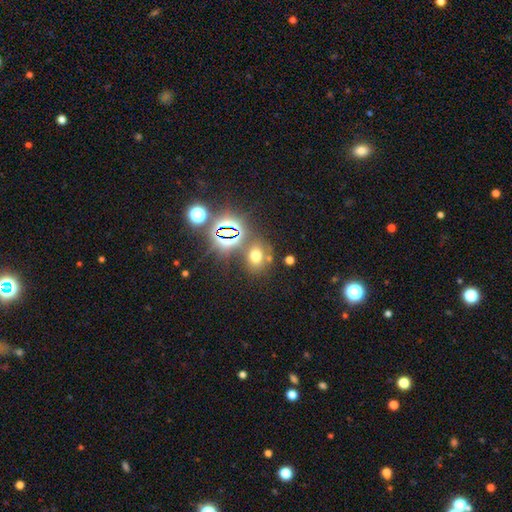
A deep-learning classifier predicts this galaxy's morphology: Overall: smooth (55%; star or artifact 35%). How rounded: in between (50%; round 49%). Merging: none (70%).